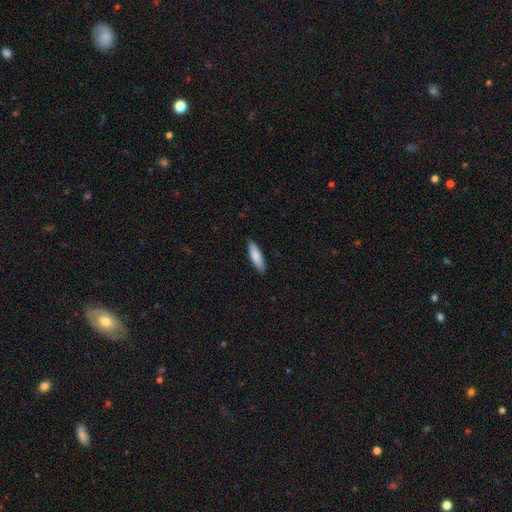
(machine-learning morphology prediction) Overall: smooth (84%). How rounded: cigar-shaped (61%; in between 38%). Merging: none (89%).